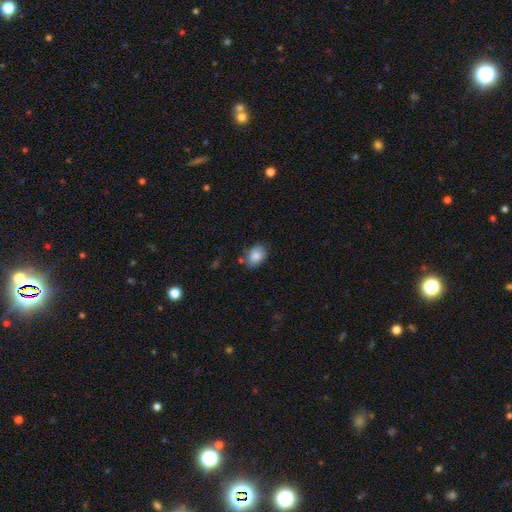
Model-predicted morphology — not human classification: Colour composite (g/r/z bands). It shows a smooth galaxy with no disk features (84%) that is in between round and cigar-shaped (73%). Merging: none (68%).